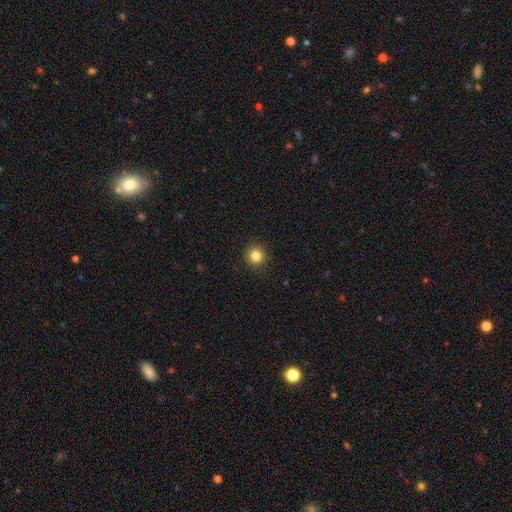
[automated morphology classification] The model was most divided on "smooth or featured": smooth: 84%, star or artifact: 11%, featured or disk: 5%. More confident: how rounded — round (95%); merging — none (93%).